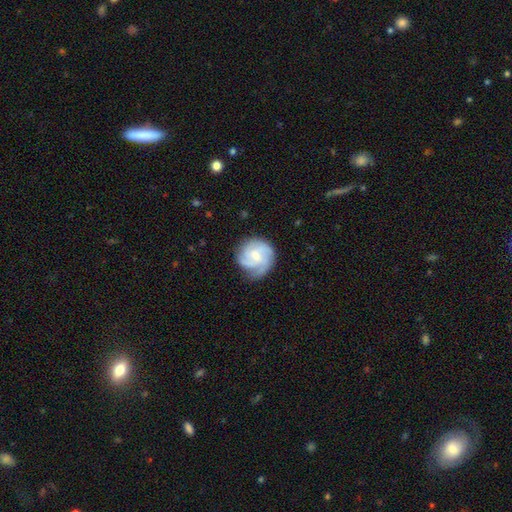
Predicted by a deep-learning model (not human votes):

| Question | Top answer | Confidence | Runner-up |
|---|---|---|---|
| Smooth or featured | featured or disk | 77% | smooth (18%) |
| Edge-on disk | no | 98% | yes (2%) |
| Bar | no | 58% | weak (37%) |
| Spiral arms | yes | 96% | no (4%) |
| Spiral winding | tight | 50% | medium (39%) |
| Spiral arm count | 3 | 50% | can't tell (16%) |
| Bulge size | small | 54% | moderate (40%) |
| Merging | none | 72% | minor disturbance (20%) |